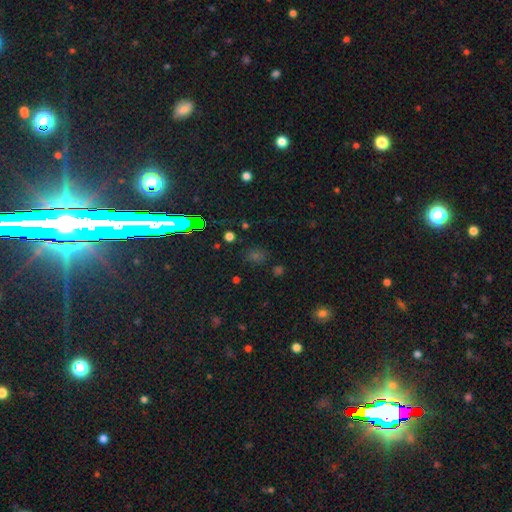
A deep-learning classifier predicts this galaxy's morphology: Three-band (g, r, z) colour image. It shows a star or artifact, not a galaxy (62%).